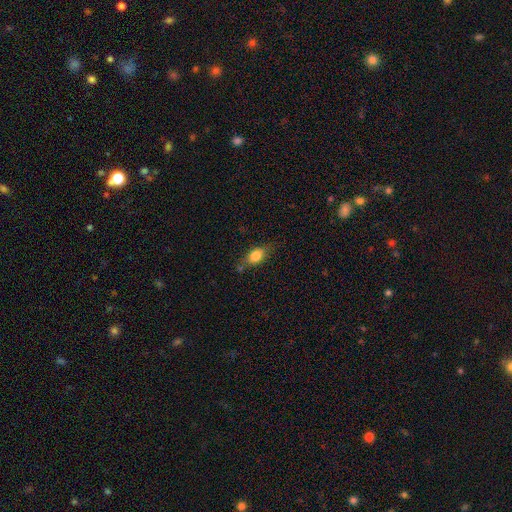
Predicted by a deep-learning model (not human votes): smooth_or_featured: smooth (p=0.78) [alt: featured or disk p=0.14]
how_rounded: in between (p=0.78) [alt: round p=0.13]
merging: none (p=0.63) [alt: minor disturbance p=0.24]